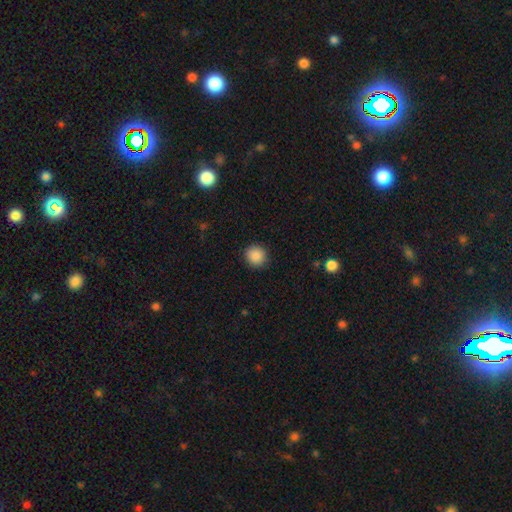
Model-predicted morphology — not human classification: Smooth or featured?
  - smooth: 88% *
  - star or artifact: 9%
  - featured or disk: 3%
How rounded?
  - round: 92% *
  - in between: 7%
  - cigar-shaped: 1%
Merging?
  - none: 91% *
  - minor disturbance: 6%
  - major disturbance: 2%
  - merger: 1%